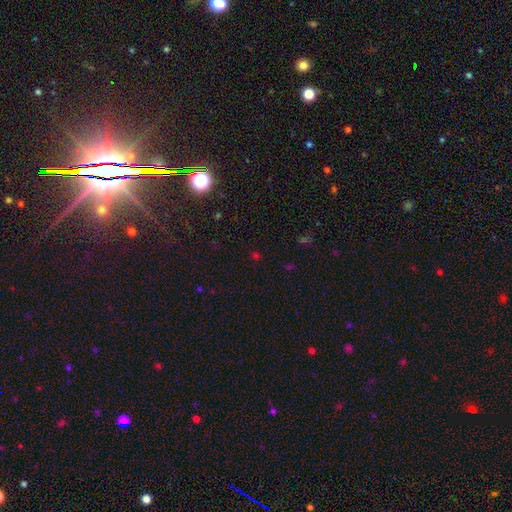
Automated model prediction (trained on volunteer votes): Overall: star or artifact (56%; smooth 38%).